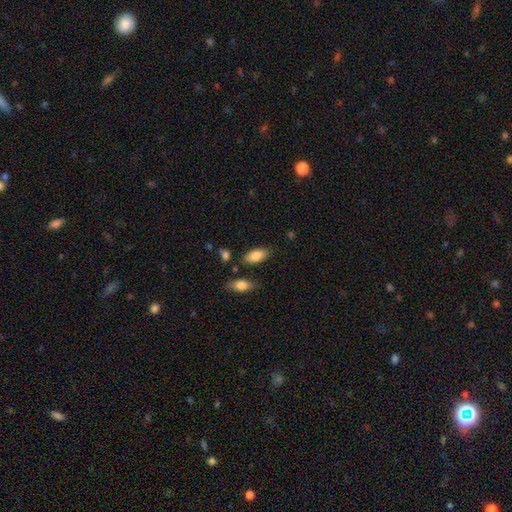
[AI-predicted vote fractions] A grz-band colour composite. It shows a smooth galaxy with no disk features (86%) that is in between round and cigar-shaped (92%). Merging: none (80%).